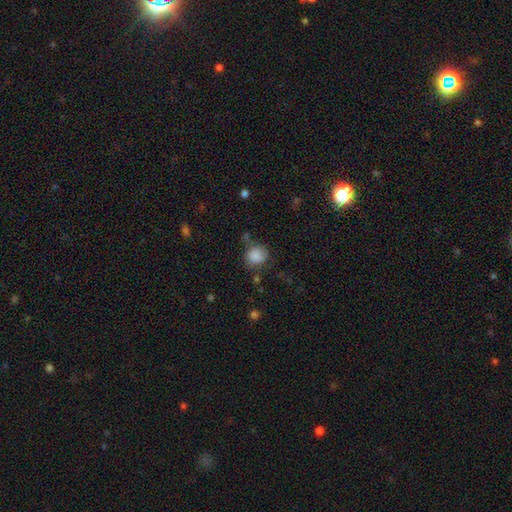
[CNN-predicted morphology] Smooth or featured?
  - smooth: 85% *
  - star or artifact: 9%
  - featured or disk: 6%
How rounded?
  - round: 77% *
  - in between: 22%
  - cigar-shaped: 1%
Merging?
  - none: 61% *
  - minor disturbance: 24%
  - major disturbance: 9%
  - merger: 6%